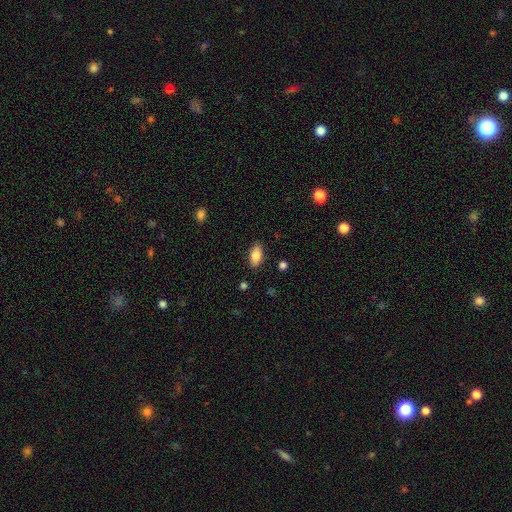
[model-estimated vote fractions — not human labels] Q: Smooth or featured?
A: smooth (83%); runner-up: featured or disk (10%)
Q: How rounded?
A: in between (89%); runner-up: cigar-shaped (8%)
Q: Merging?
A: none (87%); runner-up: minor disturbance (10%)